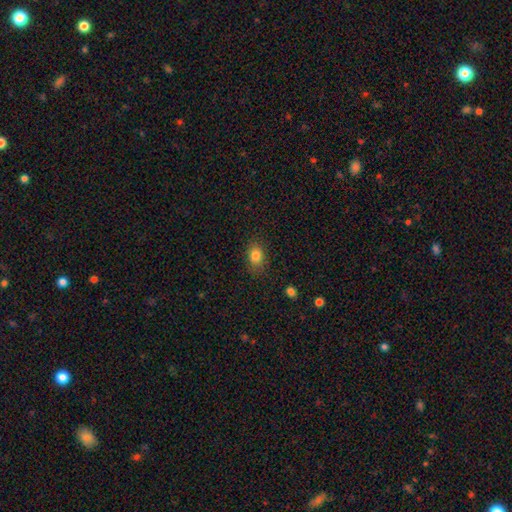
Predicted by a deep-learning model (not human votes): Q: Smooth or featured?
A: smooth (82%); runner-up: star or artifact (10%)
Q: How rounded?
A: in between (70%); runner-up: round (28%)
Q: Merging?
A: none (82%); runner-up: minor disturbance (13%)